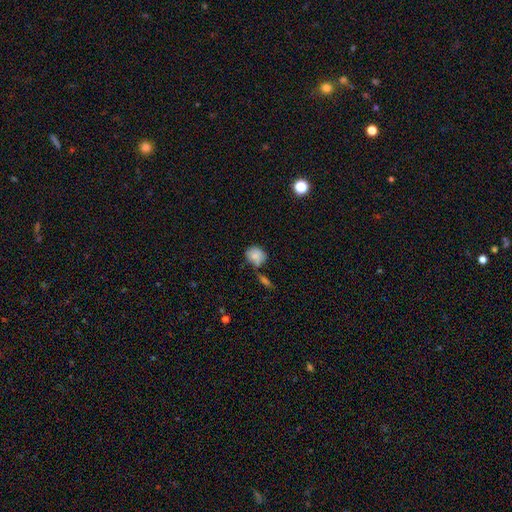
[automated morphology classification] Q: Smooth or featured?
A: smooth (82%); runner-up: featured or disk (10%)
Q: How rounded?
A: round (69%); runner-up: in between (30%)
Q: Merging?
A: none (53%); runner-up: minor disturbance (24%)